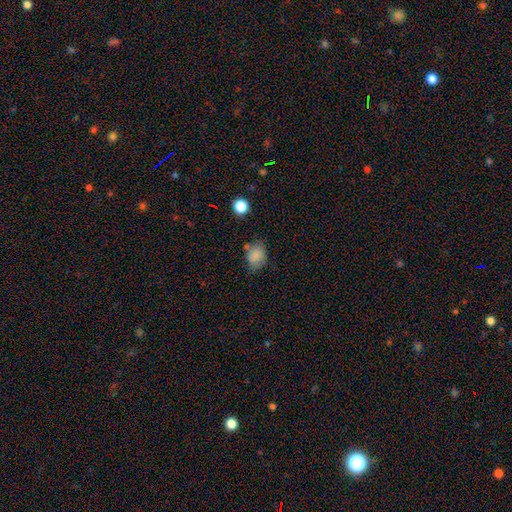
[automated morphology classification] Smooth or featured?
  - smooth: 82% *
  - star or artifact: 11%
  - featured or disk: 7%
How rounded?
  - in between: 54% *
  - round: 45%
  - cigar-shaped: 1%
Merging?
  - none: 62% *
  - minor disturbance: 25%
  - major disturbance: 7%
  - merger: 6%